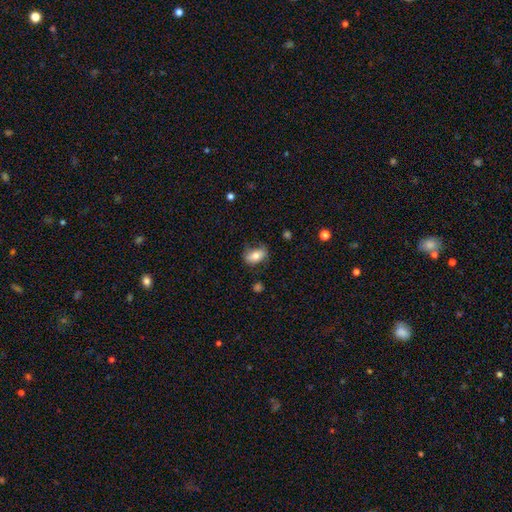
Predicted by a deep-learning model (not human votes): This appears to be a smooth galaxy with no disk features (74%) that is in between round and cigar-shaped (88%). Merging: none (68%).